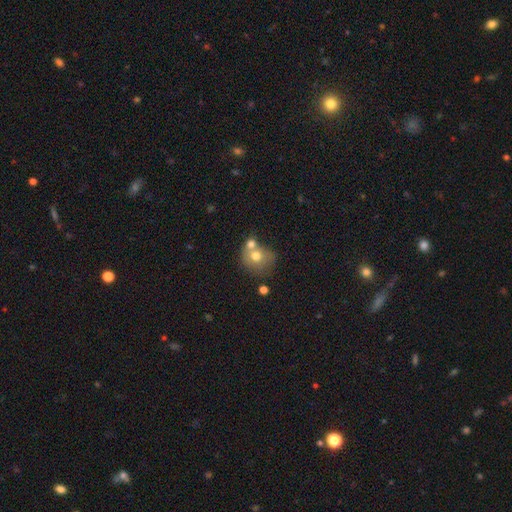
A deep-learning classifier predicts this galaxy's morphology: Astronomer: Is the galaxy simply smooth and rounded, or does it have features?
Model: smooth — 67%.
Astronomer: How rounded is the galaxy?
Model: round — 75%.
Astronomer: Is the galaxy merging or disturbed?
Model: merger — 46% (runner-up: none, 35%).